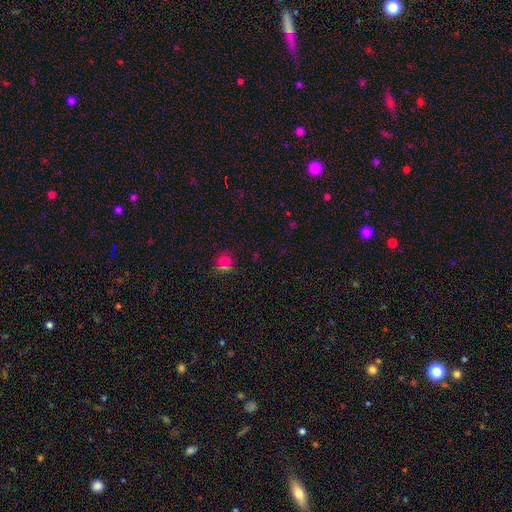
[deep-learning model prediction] Overall: smooth (46%; star or artifact 45%). Merging: none (77%).